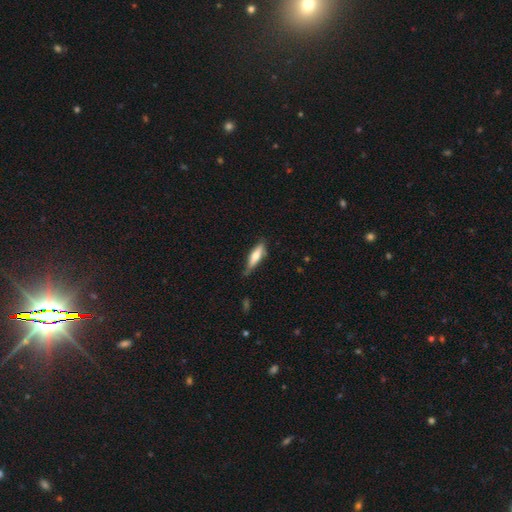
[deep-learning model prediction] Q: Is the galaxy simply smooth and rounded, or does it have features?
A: smooth — 61%.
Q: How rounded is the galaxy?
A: cigar-shaped — 69%.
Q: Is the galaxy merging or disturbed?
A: none — 62%.